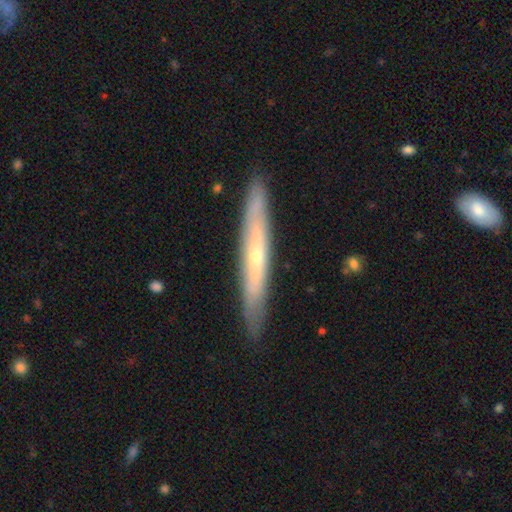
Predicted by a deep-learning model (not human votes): Smooth or featured?
  - featured or disk: 63% *
  - smooth: 31%
  - star or artifact: 6%
Edge-on disk?
  - yes: 86% *
  - no: 14%
Edge-on bulge?
  - rounded: 60% *
  - none: 38%
  - boxy: 3%
Merging?
  - none: 88% *
  - minor disturbance: 9%
  - major disturbance: 2%
  - merger: 1%